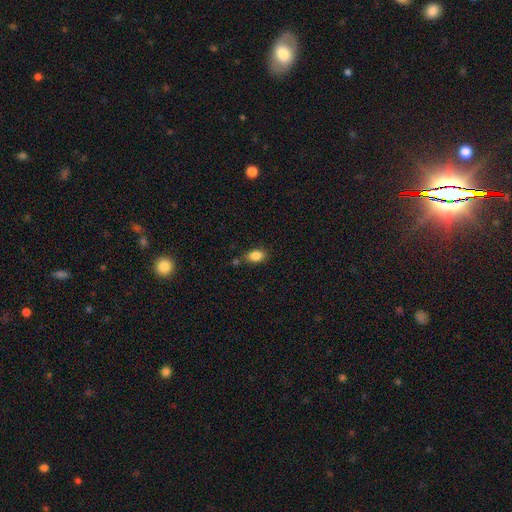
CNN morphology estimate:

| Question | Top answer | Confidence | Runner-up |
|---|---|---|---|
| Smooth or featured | smooth | 85% | star or artifact (9%) |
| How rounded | in between | 87% | round (11%) |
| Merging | none | 76% | minor disturbance (14%) |